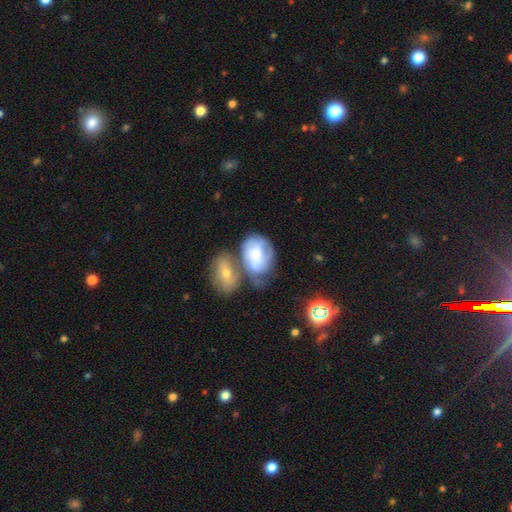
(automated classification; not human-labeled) A smooth galaxy with no disk features (49%). Merging: merger (45%).